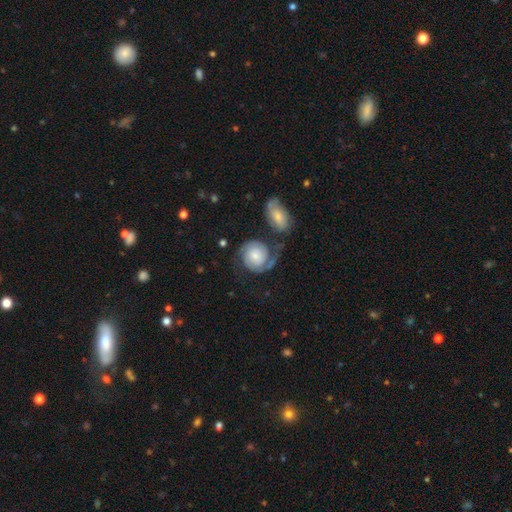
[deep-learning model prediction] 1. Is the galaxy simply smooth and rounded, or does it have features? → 74% featured or disk, 20% smooth, 6% star or artifact.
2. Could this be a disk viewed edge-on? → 98% no, 2% yes.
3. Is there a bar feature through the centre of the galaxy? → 71% no, 24% weak, 5% strong.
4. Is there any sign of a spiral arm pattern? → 94% yes, 6% no.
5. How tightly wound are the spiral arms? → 56% tight, 31% medium, 12% loose.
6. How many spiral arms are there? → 77% 2, 9% can't tell, 7% 1, 4% 3, 2% 4, 2% more than 4.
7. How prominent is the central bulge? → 52% small, 32% moderate, 8% large, 6% none, 3% dominant.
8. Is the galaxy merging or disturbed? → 48% none, 21% merger, 17% minor disturbance, 15% major disturbance.